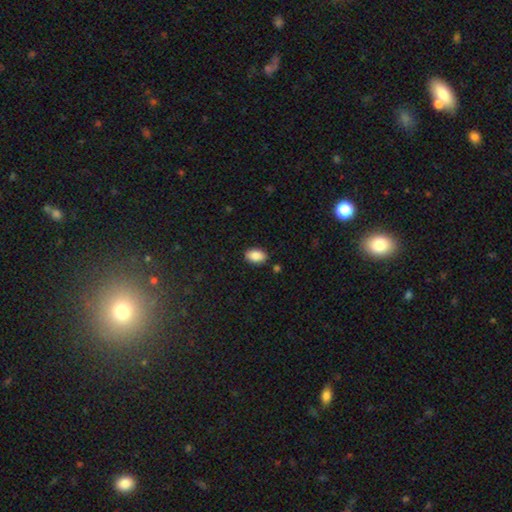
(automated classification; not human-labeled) Q: Smooth or featured?
A: smooth (88%); runner-up: star or artifact (7%)
Q: How rounded?
A: in between (92%); runner-up: round (6%)
Q: Merging?
A: none (86%); runner-up: minor disturbance (10%)